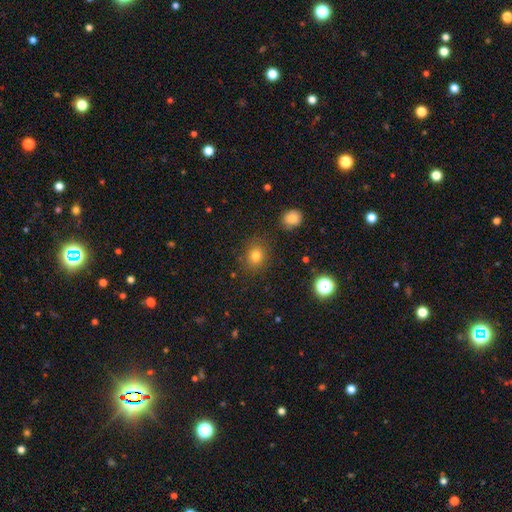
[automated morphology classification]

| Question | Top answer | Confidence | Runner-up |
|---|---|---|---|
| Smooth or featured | smooth | 77% | star or artifact (15%) |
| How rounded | round | 60% | in between (39%) |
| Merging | none | 82% | minor disturbance (11%) |